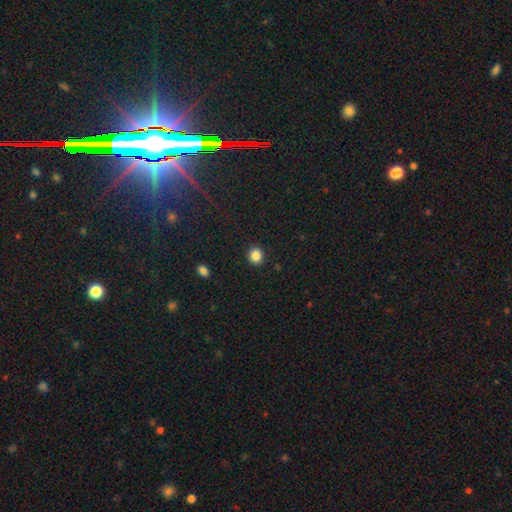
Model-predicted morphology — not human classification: This is clearly a smooth galaxy (86%). How rounded: clearly round (81%). Merging: clearly none (91%).